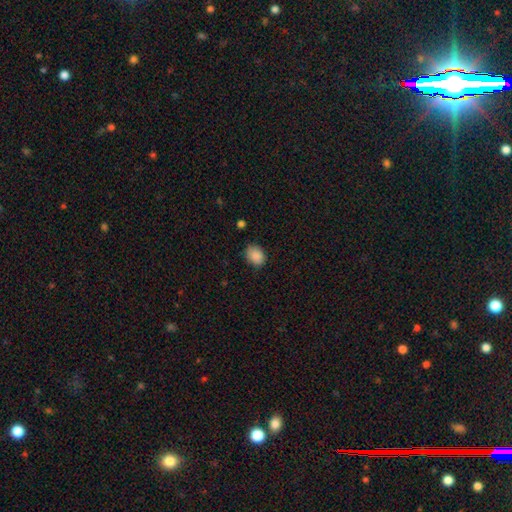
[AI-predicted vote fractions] smooth_or_featured: smooth (p=0.88) [alt: star or artifact p=0.08]
how_rounded: in between (p=0.59) [alt: round p=0.40]
merging: none (p=0.78) [alt: minor disturbance p=0.17]